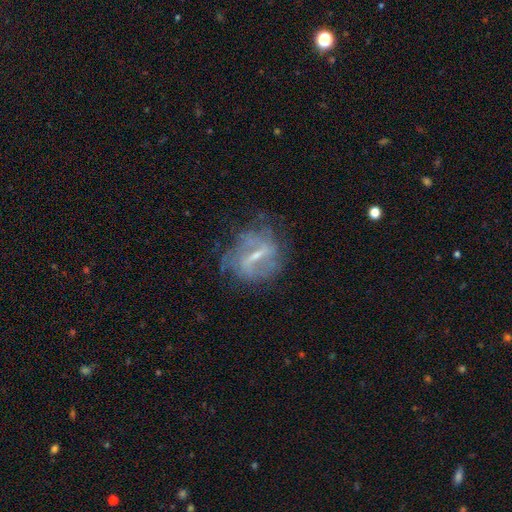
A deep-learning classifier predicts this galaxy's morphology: This is likely a featured or disk galaxy (77%). It is clearly not viewed edge-on (92%). Bar: possibly strong (52%). Spiral arm pattern: likely yes (71%). Central bulge: possibly small (56%). Merging: possibly none (60%).